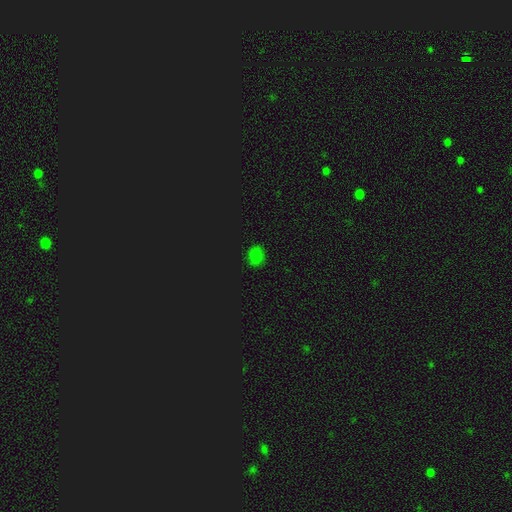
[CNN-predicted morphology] Smooth or featured? smooth (69%)
How rounded? round (51%)
Merging? none (85%)